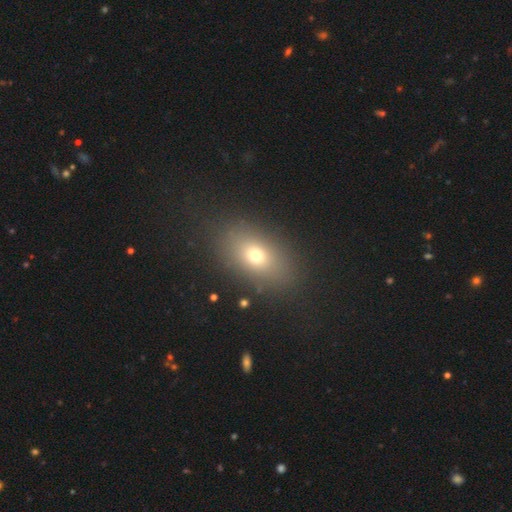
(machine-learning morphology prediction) smooth 68%, star or artifact 16%, featured or disk 16%. Down the decision tree: how rounded — in between (76%); merging — none (84%).